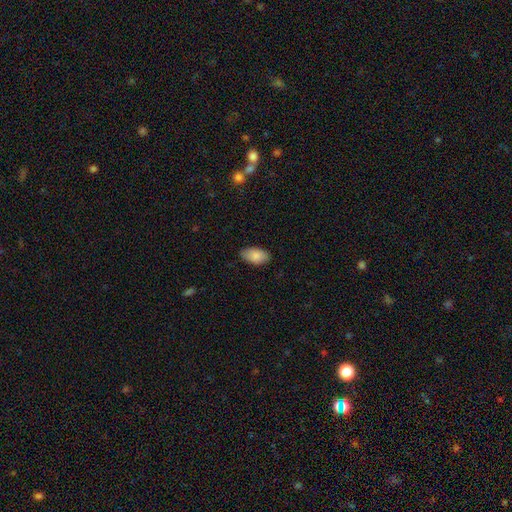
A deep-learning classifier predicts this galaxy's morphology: type=smooth (88%); roundness=in between (94%); merging=none (84%).